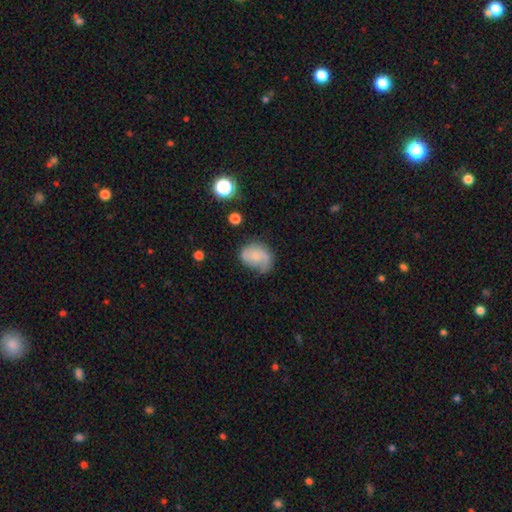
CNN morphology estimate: The model was most divided on "smooth or featured": smooth: 46%, featured or disk: 45%, star or artifact: 9%. Remaining: merging — none (43%).